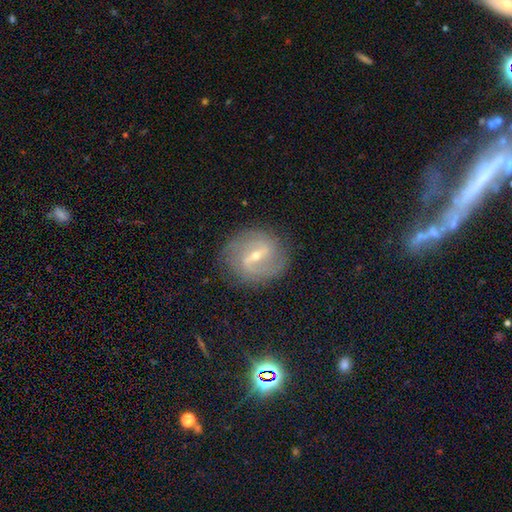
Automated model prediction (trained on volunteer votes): featured or disk 83%, smooth 10%, star or artifact 7%. Down the decision tree: edge-on disk — no (95%); bar — strong (47%); spiral arms — yes (90%); spiral arm count — 2 (75%); spiral winding — medium (43%); bulge size — small (61%); merging — none (82%).